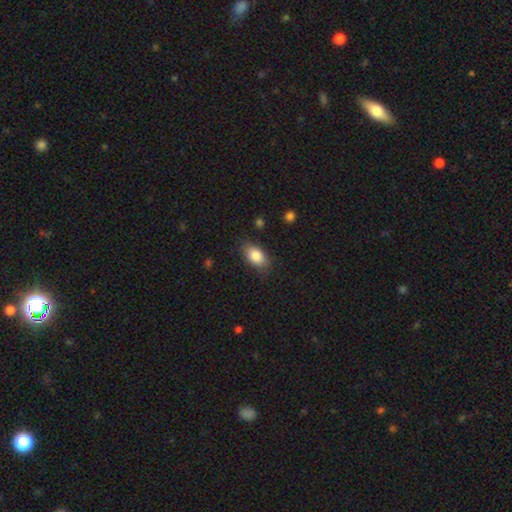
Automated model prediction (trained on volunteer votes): This appears to be a smooth galaxy with no disk features (85%) that is in between round and cigar-shaped (89%). Merging: none (80%).